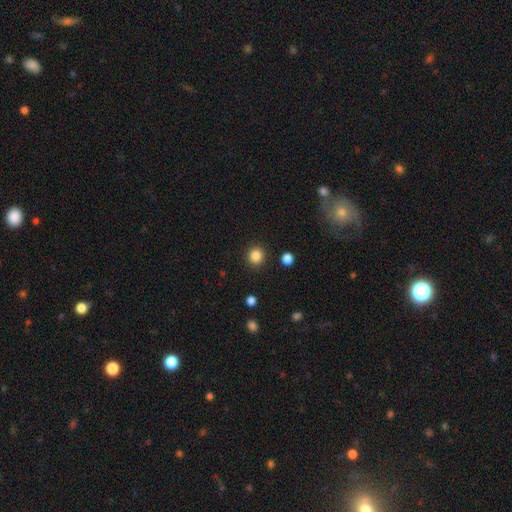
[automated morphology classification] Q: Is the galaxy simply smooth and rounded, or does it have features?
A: smooth — 85%.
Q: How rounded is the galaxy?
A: round — 91%.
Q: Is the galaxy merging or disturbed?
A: none — 91%.